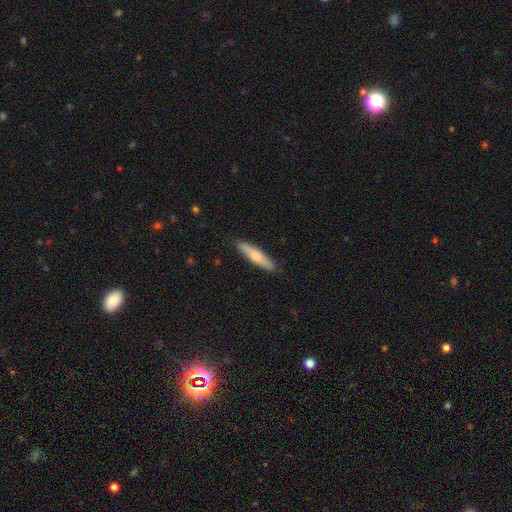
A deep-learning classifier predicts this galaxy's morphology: A smooth galaxy with no disk features (63%) that is cigar-shaped (83%).

Vote fractions:
- Smooth or featured? smooth: 63% / featured or disk: 32% / star or artifact: 5%
- How rounded? cigar-shaped: 83% / in between: 16% / round: 2%
- Merging? none: 89% / minor disturbance: 9% / major disturbance: 2% / merger: 1%